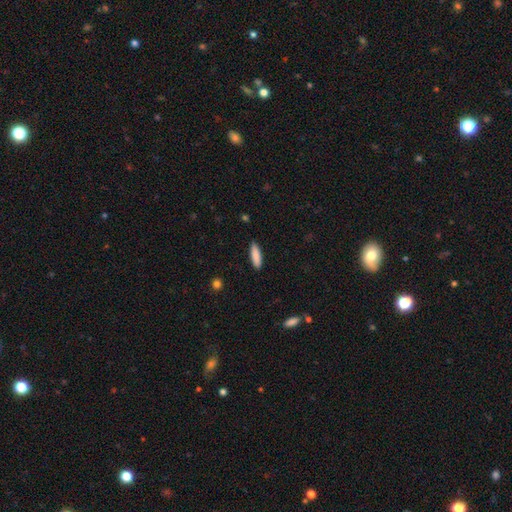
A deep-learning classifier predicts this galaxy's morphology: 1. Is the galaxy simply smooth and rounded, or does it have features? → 88% smooth, 7% featured or disk, 6% star or artifact.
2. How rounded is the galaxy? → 60% cigar-shaped, 38% in between, 1% round.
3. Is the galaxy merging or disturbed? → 90% none, 8% minor disturbance, 2% major disturbance, 1% merger.